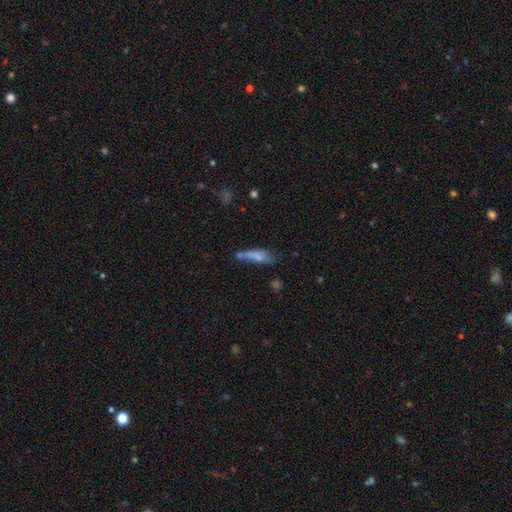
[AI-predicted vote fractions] Smooth or featured: smooth — 64% (featured or disk — 26%)
How rounded: cigar-shaped — 59% (in between — 38%)
Merging: none — 38% (minor disturbance — 26%)